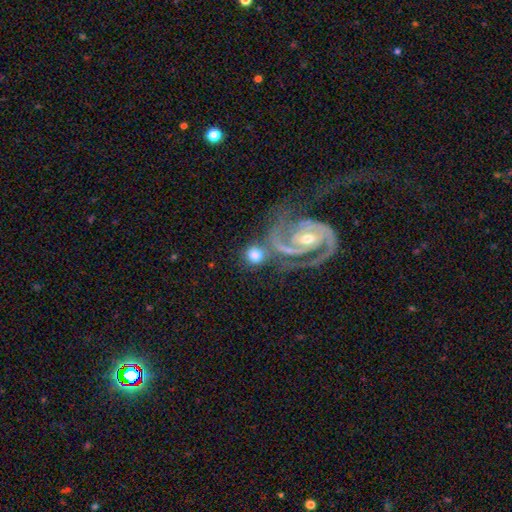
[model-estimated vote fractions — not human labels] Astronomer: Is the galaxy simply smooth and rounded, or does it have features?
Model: smooth — 60%.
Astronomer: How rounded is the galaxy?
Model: round — 81%.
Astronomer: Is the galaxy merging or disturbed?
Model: none — 59%.